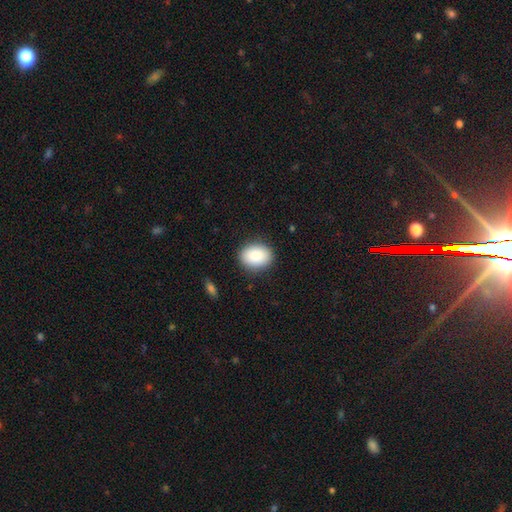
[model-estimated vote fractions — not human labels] Q: Smooth or featured?
A: smooth (89%); runner-up: star or artifact (7%)
Q: How rounded?
A: in between (67%); runner-up: round (32%)
Q: Merging?
A: none (88%); runner-up: minor disturbance (9%)